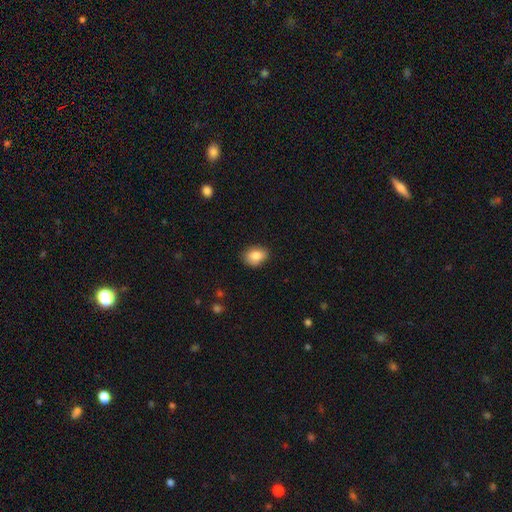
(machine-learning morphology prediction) Smooth or featured?
  - smooth: 83% *
  - featured or disk: 9%
  - star or artifact: 8%
How rounded?
  - in between: 68% *
  - round: 31%
  - cigar-shaped: 1%
Merging?
  - none: 83% *
  - minor disturbance: 14%
  - major disturbance: 2%
  - merger: 1%